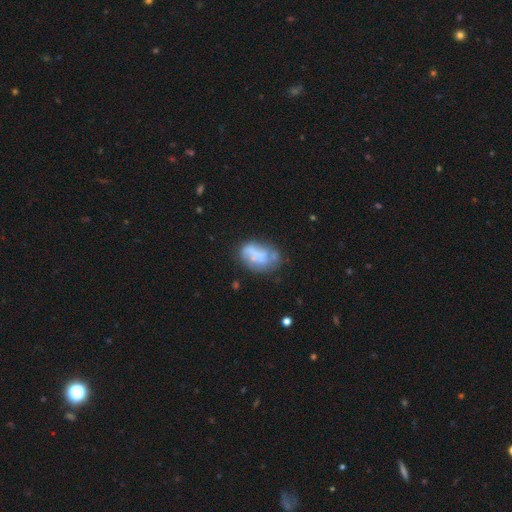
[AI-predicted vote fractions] smooth-or-featured: featured or disk: 47% | smooth: 43% | star or artifact: 10%
  merging: none: 43% | minor disturbance: 26% | major disturbance: 18% | merger: 13%